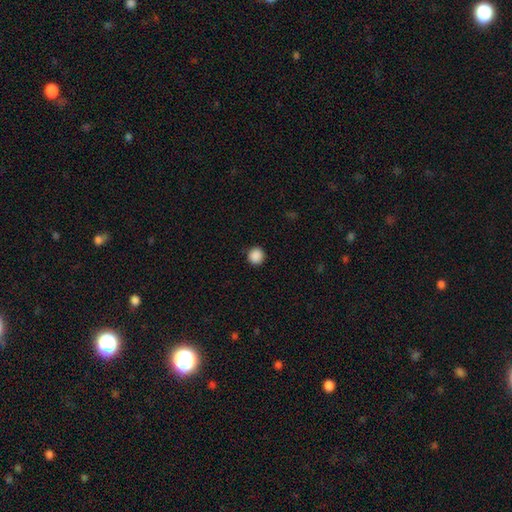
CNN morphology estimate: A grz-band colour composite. It shows a smooth galaxy with no disk features (89%) that is round (94%). Merging: none (92%).